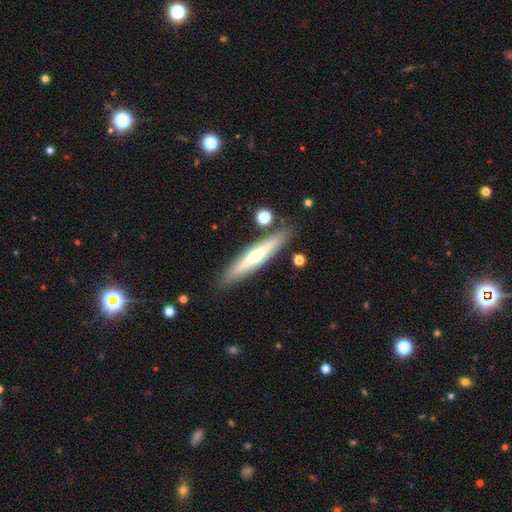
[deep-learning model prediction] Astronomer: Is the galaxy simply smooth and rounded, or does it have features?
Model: featured or disk — 56% (runner-up: smooth, 38%).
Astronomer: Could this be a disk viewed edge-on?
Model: yes — 93%.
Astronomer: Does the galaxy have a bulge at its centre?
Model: rounded — 82%.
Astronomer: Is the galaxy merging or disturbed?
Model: none — 87%.